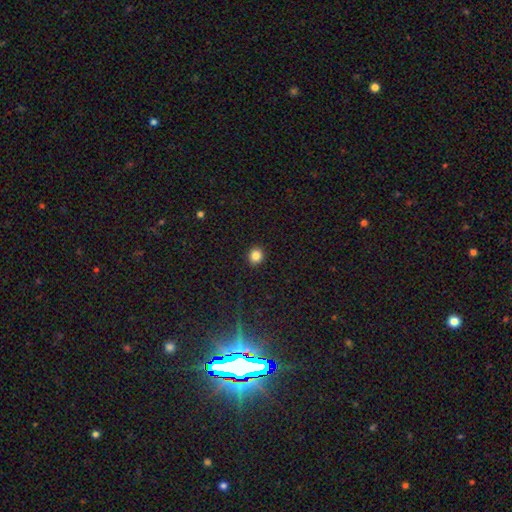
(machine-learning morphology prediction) Smooth or featured? Predicted: smooth (p=0.85). How rounded? Predicted: round (p=0.84). Merging? Predicted: none (p=0.92).